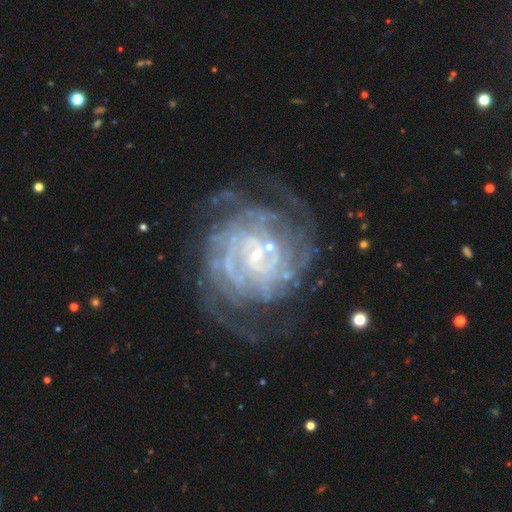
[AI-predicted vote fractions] This appears to be a featured or disk galaxy (88%) with no bar (56%), tight (71%) spiral arms (95%) and a small central bulge (82%). Merging: none (69%).